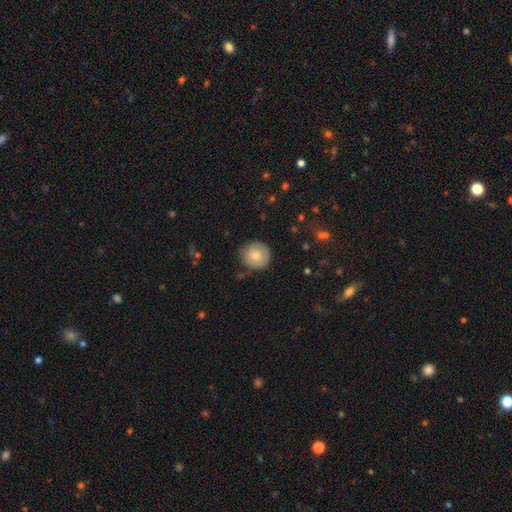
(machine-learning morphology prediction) smooth_or_featured: smooth (p=0.77) [alt: featured or disk p=0.16]
how_rounded: round (p=0.92) [alt: in between p=0.07]
merging: none (p=0.81) [alt: minor disturbance p=0.14]